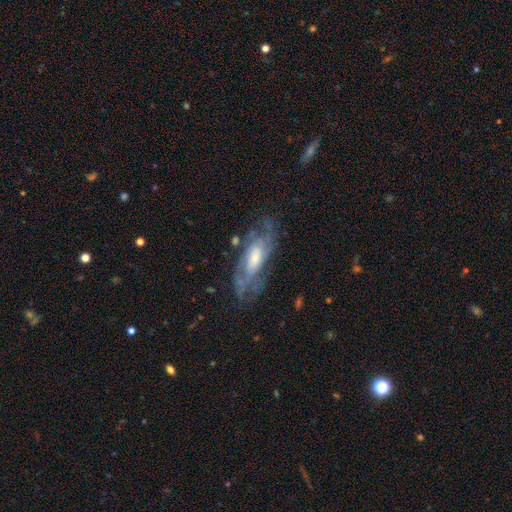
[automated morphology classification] This is likely a featured or disk galaxy (73%). It is likely not viewed edge-on (80%). Bar: possibly no (58%). Spiral arm pattern: clearly yes (81%). Central bulge: possibly moderate (51%). Merging: likely none (70%).